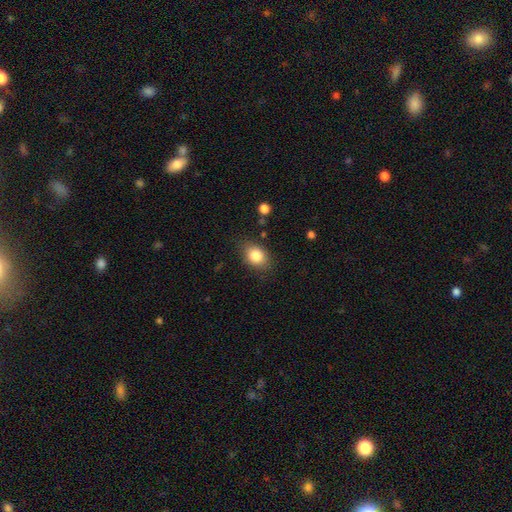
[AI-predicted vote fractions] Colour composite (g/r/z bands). It shows a smooth galaxy with no disk features (84%) that is in between round and cigar-shaped (71%). Merging: none (80%).